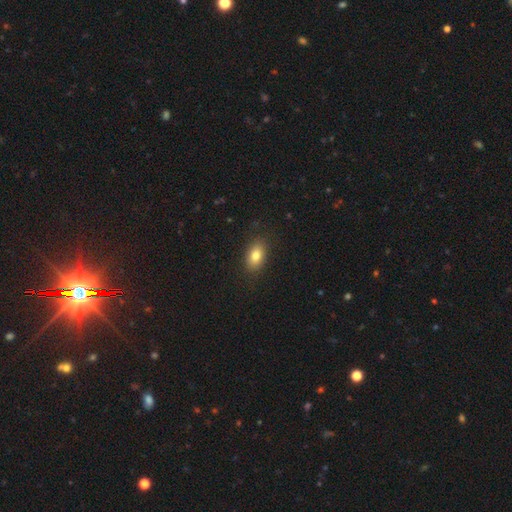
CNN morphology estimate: Overall: smooth (82%). How rounded: in between (87%). Merging: none (85%).